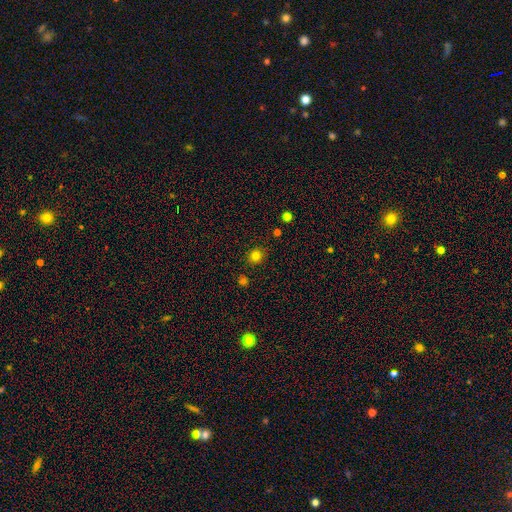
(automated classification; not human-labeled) This appears to be a smooth galaxy with no disk features (80%) that is round (85%). Merging: none (87%).